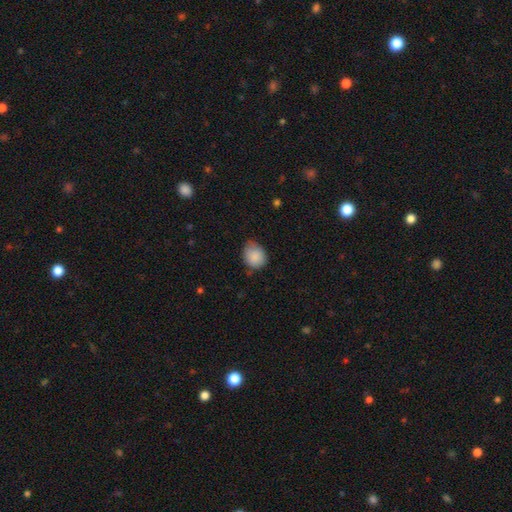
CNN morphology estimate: A smooth galaxy with no disk features (87%) that is round (53%).

Vote fractions:
- Smooth or featured? smooth: 87% / star or artifact: 8% / featured or disk: 5%
- How rounded? round: 53% / in between: 46% / cigar-shaped: 1%
- Merging? none: 59% / minor disturbance: 34% / major disturbance: 5% / merger: 2%